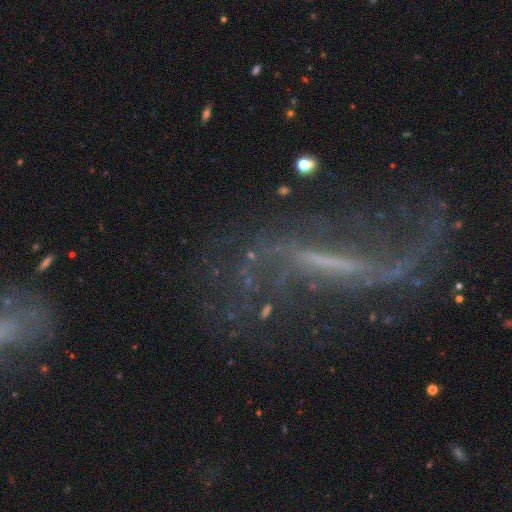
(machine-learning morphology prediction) Q: Smooth or featured?
A: featured or disk (81%); runner-up: star or artifact (11%)
Q: Edge-on disk?
A: no (83%); runner-up: yes (17%)
Q: Bar?
A: strong (61%); runner-up: weak (25%)
Q: Spiral arms?
A: yes (81%); runner-up: no (19%)
Q: Spiral winding?
A: loose (84%); runner-up: medium (11%)
Q: Spiral arm count?
A: 2 (78%); runner-up: can't tell (8%)
Q: Bulge size?
A: none (58%); runner-up: small (25%)
Q: Merging?
A: none (53%); runner-up: major disturbance (26%)